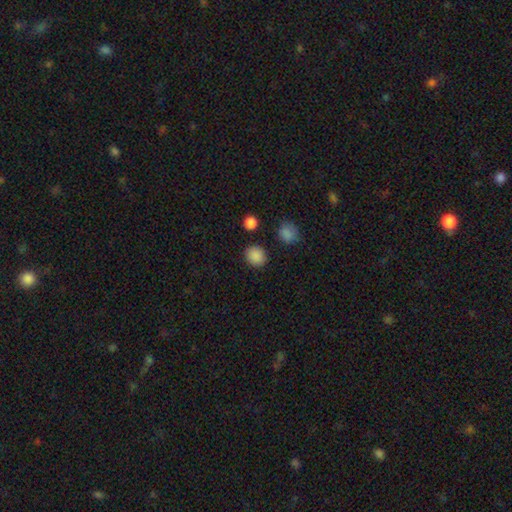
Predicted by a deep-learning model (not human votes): Morphology: type=smooth (87%); roundness=round (77%); merging=none (87%).